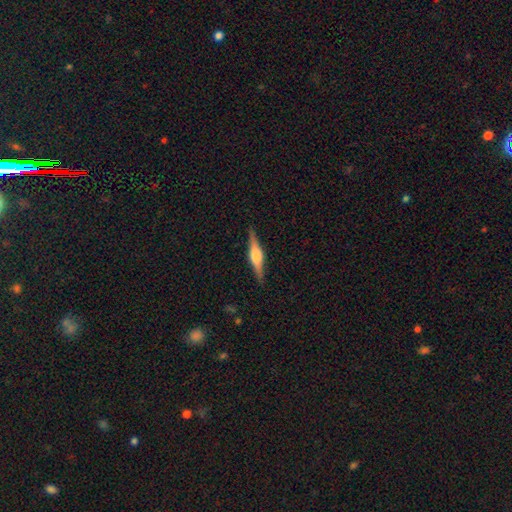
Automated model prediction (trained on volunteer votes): featured or disk 76%, smooth 18%, star or artifact 6%. Down the decision tree: edge-on disk — yes (98%); edge-on bulge — rounded (85%); merging — none (90%).